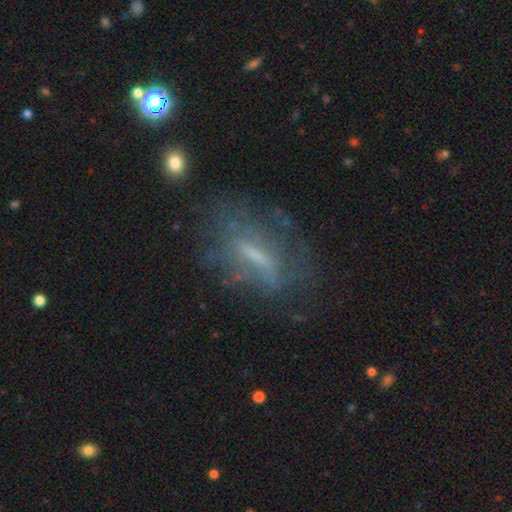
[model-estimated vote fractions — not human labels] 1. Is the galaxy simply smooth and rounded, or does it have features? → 60% featured or disk, 27% smooth, 13% star or artifact.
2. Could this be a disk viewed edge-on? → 77% no, 23% yes.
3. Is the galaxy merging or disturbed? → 54% none, 22% major disturbance, 21% minor disturbance, 3% merger.